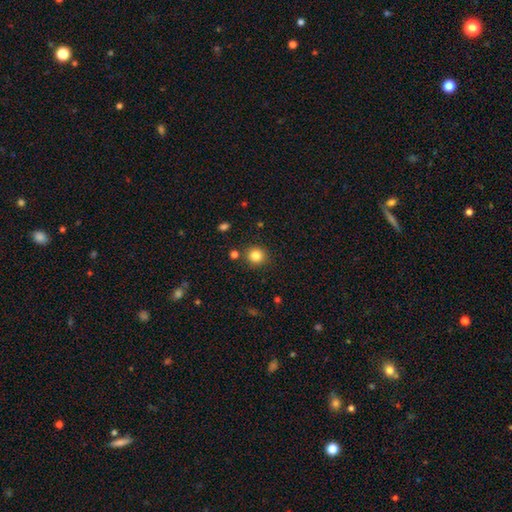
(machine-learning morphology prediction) type=smooth (84%); roundness=round (90%); merging=none (87%).